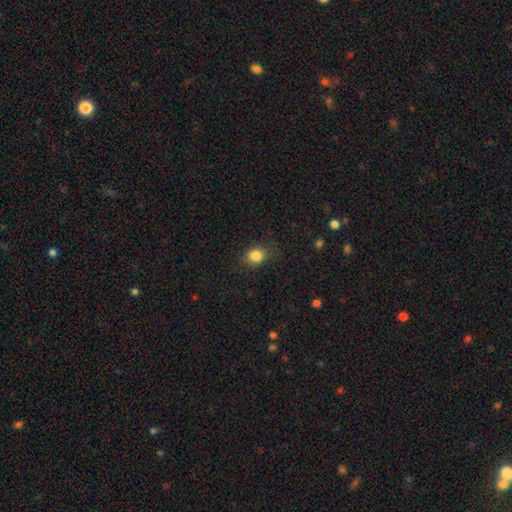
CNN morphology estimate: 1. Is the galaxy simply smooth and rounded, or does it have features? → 84% smooth, 11% star or artifact, 5% featured or disk.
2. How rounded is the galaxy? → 67% round, 32% in between, 1% cigar-shaped.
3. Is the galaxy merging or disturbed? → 83% none, 12% minor disturbance, 4% major disturbance, 1% merger.